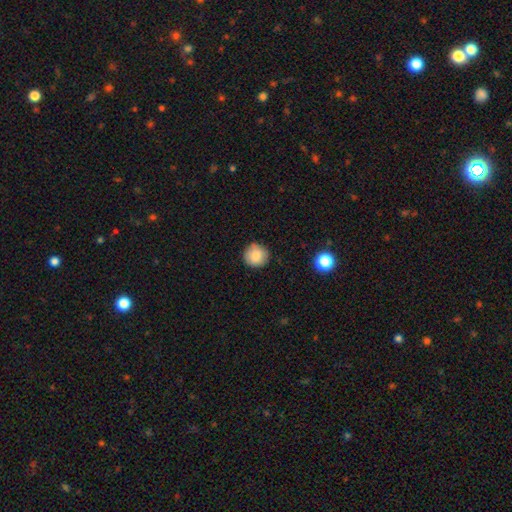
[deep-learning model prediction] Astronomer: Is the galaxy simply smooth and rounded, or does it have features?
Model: smooth — 84%.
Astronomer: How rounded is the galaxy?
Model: round — 94%.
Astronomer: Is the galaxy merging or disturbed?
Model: none — 88%.